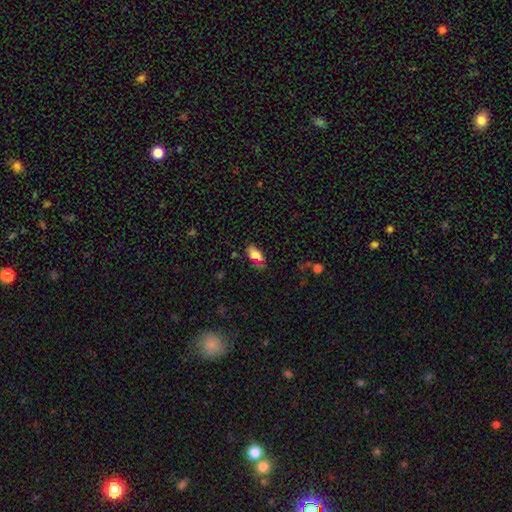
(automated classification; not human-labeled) smooth 74%, featured or disk 15%, star or artifact 11%. Down the decision tree: how rounded — in between (89%); merging — none (70%).